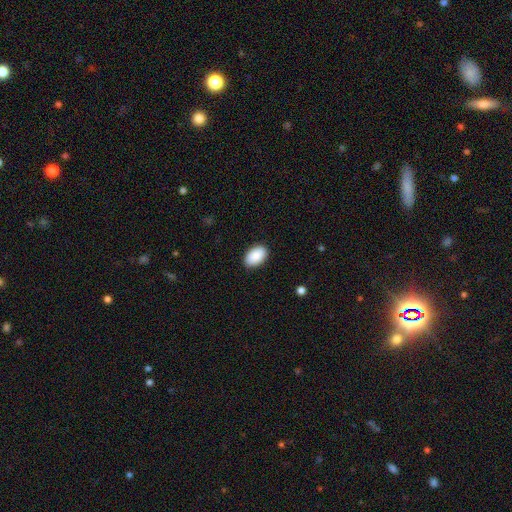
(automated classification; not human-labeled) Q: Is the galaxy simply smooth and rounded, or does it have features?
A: smooth — 91%.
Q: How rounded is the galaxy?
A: in between — 93%.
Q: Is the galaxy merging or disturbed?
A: none — 89%.